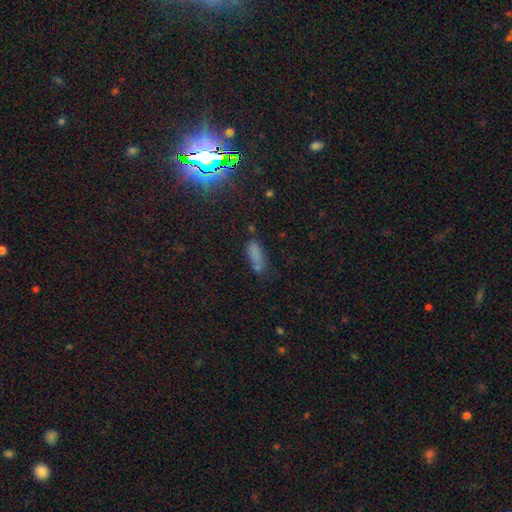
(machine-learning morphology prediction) Smooth or featured: smooth — 71% (star or artifact — 20%)
How rounded: in between — 59% (cigar-shaped — 37%)
Merging: none — 61% (minor disturbance — 21%)